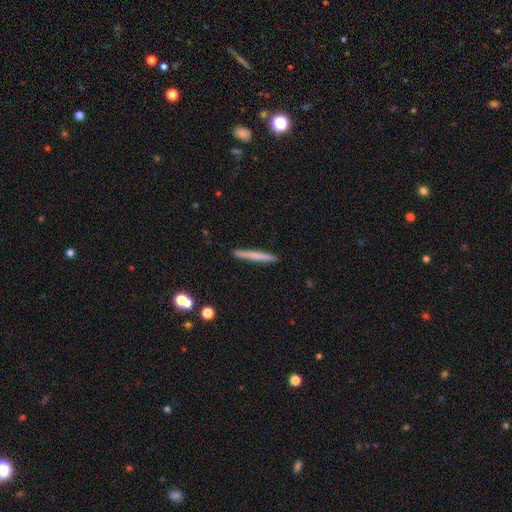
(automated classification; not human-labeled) Smooth or featured: smooth — 66% (featured or disk — 28%)
How rounded: cigar-shaped — 96% (in between — 2%)
Merging: none — 92% (minor disturbance — 6%)